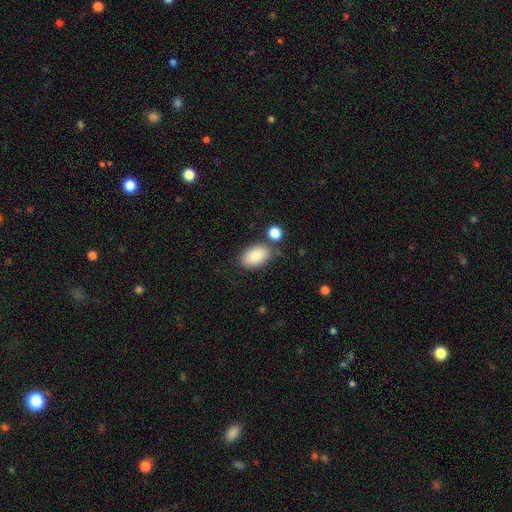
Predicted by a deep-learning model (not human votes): Morphology: type=smooth (85%); roundness=in between (92%); merging=none (75%).